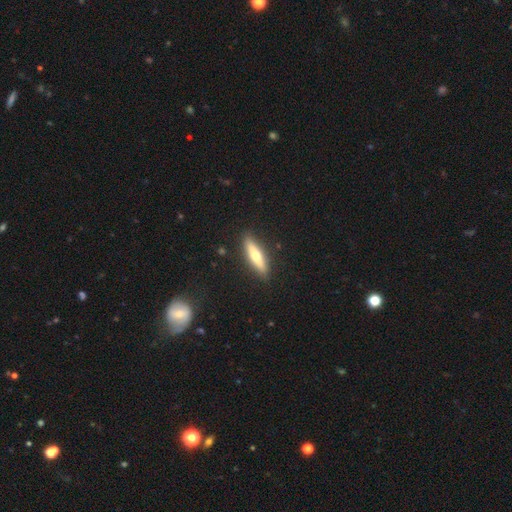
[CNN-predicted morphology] Smooth or featured: smooth — 48% (featured or disk — 46%)
Merging: none — 89% (minor disturbance — 8%)